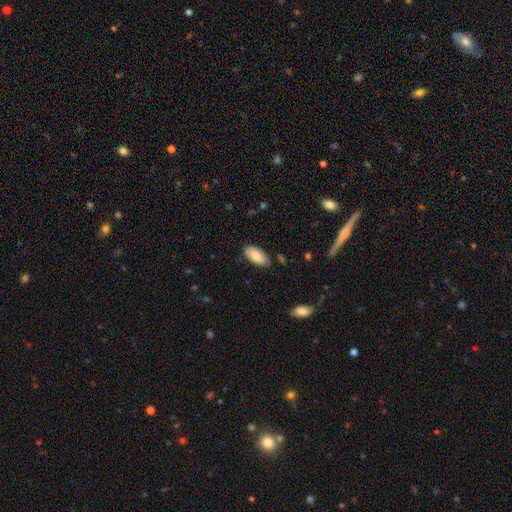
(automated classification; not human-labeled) The model was most divided on "merging": none: 77%, minor disturbance: 18%, major disturbance: 3%, merger: 2%. More confident: how rounded — in between (94%); smooth or featured — smooth (82%).